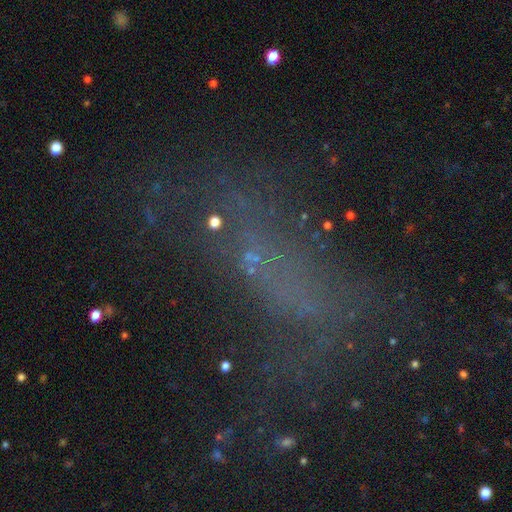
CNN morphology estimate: Q: Smooth or featured?
A: star or artifact (37%); runner-up: featured or disk (31%)